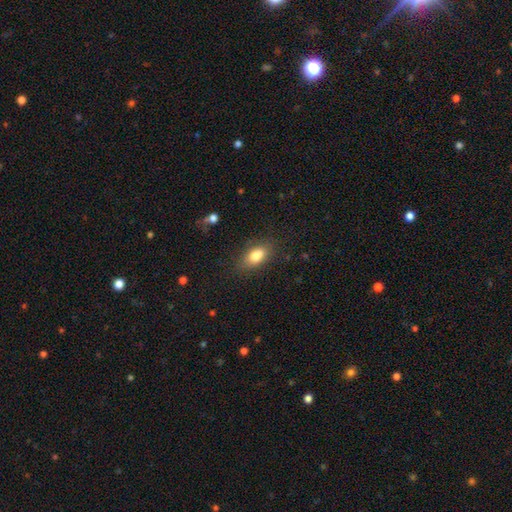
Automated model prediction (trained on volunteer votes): Smooth or featured? smooth (81%)
How rounded? in between (87%)
Merging? none (79%)